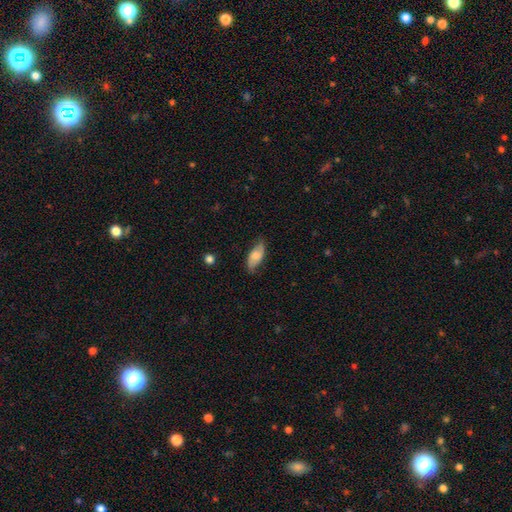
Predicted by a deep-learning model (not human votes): The model was most divided on "smooth or featured": smooth: 60%, featured or disk: 33%, star or artifact: 7%. More confident: how rounded — in between (85%); merging — none (73%).